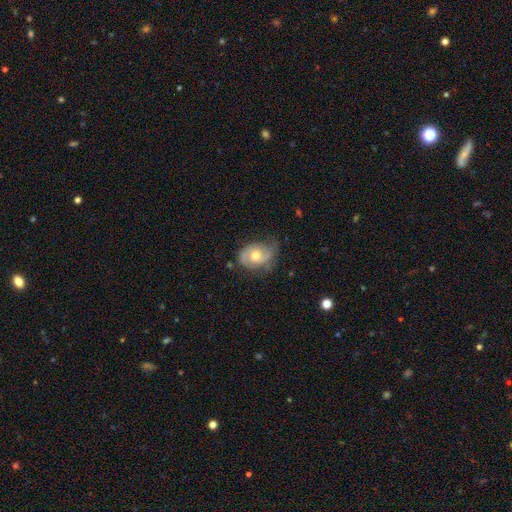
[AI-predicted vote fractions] smooth_or_featured: featured or disk (p=0.70) [alt: smooth p=0.24]
disk_edge_on: no (p=0.97) [alt: yes p=0.03]
bar: no (p=0.69) [alt: weak p=0.26]
has_spiral_arms: yes (p=0.87) [alt: no p=0.13]
spiral_winding: medium (p=0.42) [alt: tight p=0.40]
spiral_arm_count: 2 (p=0.77) [alt: can't tell p=0.11]
bulge_size: moderate (p=0.72) [alt: small p=0.20]
merging: none (p=0.63) [alt: minor disturbance p=0.26]